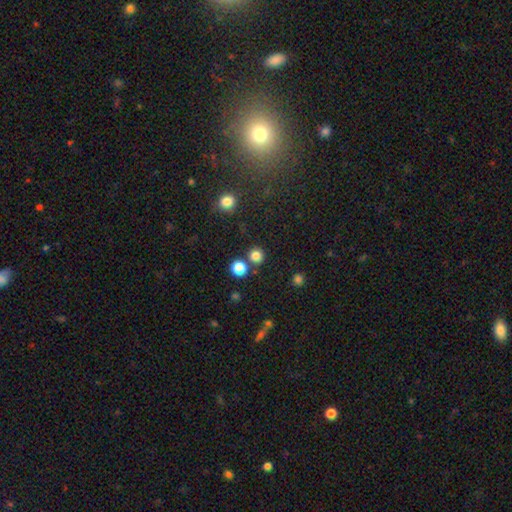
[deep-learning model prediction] Smooth or featured?
  - smooth: 81% *
  - star or artifact: 15%
  - featured or disk: 5%
How rounded?
  - round: 91% *
  - in between: 8%
  - cigar-shaped: 1%
Merging?
  - none: 82% *
  - merger: 10%
  - minor disturbance: 6%
  - major disturbance: 2%